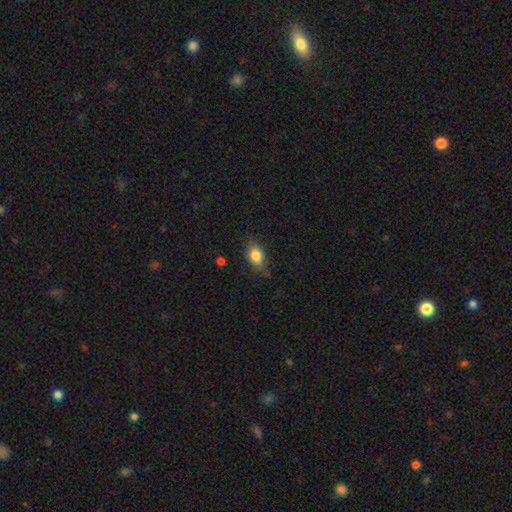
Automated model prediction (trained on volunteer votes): Smooth or featured?
  - smooth: 83% *
  - featured or disk: 9%
  - star or artifact: 8%
How rounded?
  - in between: 83% *
  - round: 13%
  - cigar-shaped: 3%
Merging?
  - none: 76% *
  - minor disturbance: 19%
  - major disturbance: 4%
  - merger: 1%